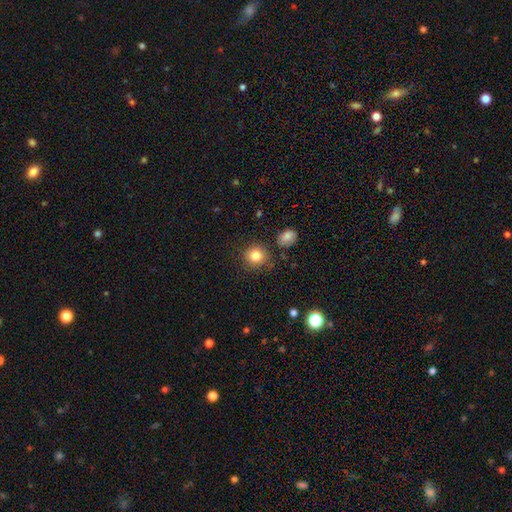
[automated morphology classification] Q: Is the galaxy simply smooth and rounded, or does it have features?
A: smooth — 83%.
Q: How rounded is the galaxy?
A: round — 90%.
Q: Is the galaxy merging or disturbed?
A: none — 81%.